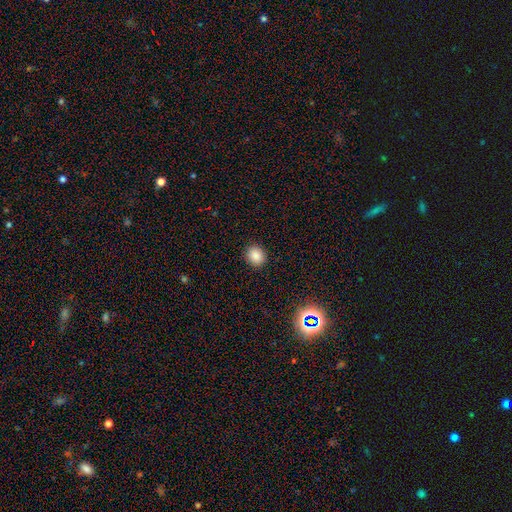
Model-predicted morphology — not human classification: smooth_or_featured: smooth (p=0.84) [alt: star or artifact p=0.11]
how_rounded: round (p=0.70) [alt: in between p=0.29]
merging: none (p=0.91) [alt: minor disturbance p=0.06]